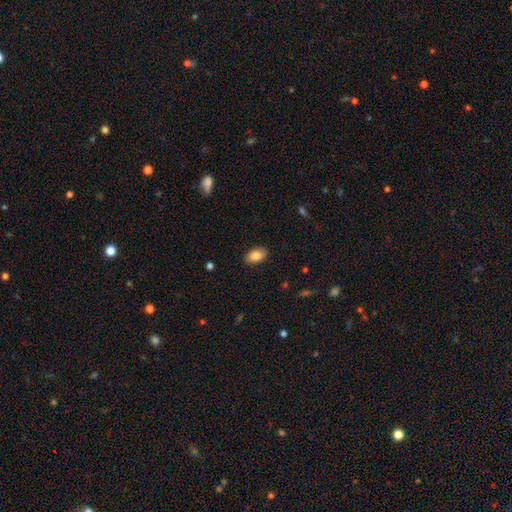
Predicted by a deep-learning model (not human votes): This appears to be a smooth galaxy with no disk features (85%) that is in between round and cigar-shaped (91%). Merging: none (87%).